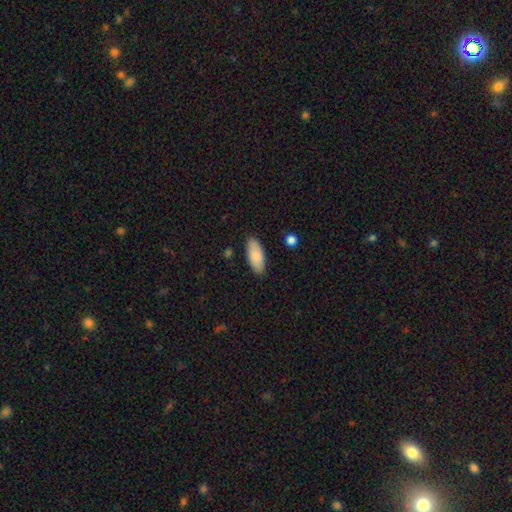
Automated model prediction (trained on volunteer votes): This appears to be a smooth galaxy with no disk features (88%) that is in between round and cigar-shaped (85%). Merging: none (86%).